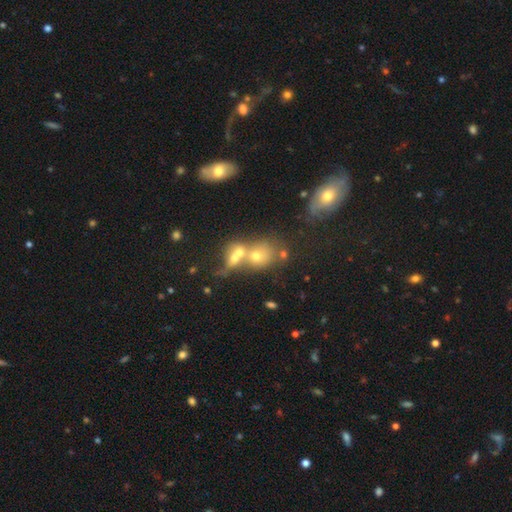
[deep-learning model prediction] smooth_or_featured: smooth (p=0.53) [alt: featured or disk p=0.25]
how_rounded: round (p=0.55) [alt: in between p=0.42]
merging: merger (p=0.55) [alt: none p=0.30]